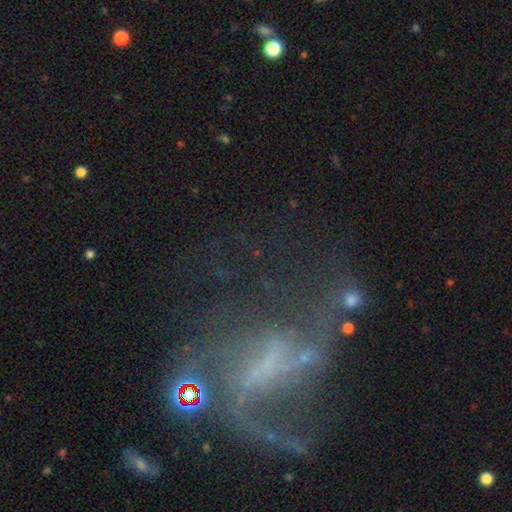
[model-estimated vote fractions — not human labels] This is likely a featured or disk galaxy (66%). It is clearly not viewed edge-on (94%). Bar: marginally strong (35%). Spiral arm pattern: likely yes (66%). Central bulge: likely none (63%). Merging: marginally major disturbance (38%, tied with none).